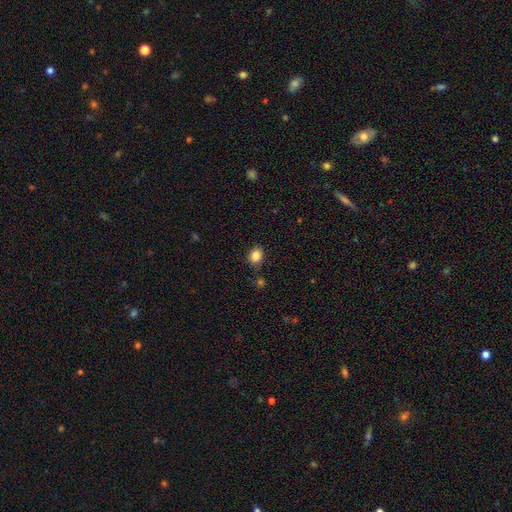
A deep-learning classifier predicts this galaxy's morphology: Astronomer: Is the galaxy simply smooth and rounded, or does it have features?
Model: smooth — 86%.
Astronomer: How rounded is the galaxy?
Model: round — 53% (runner-up: in between, 46%).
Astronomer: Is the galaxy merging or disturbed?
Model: none — 83%.